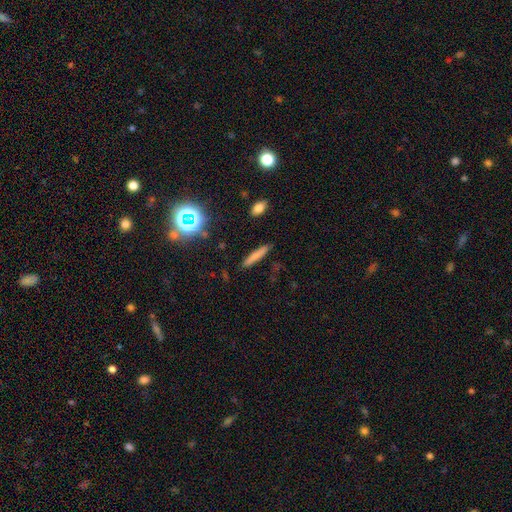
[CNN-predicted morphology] Q: Smooth or featured?
A: smooth (73%); runner-up: featured or disk (16%)
Q: How rounded?
A: cigar-shaped (90%); runner-up: in between (7%)
Q: Merging?
A: none (86%); runner-up: minor disturbance (10%)